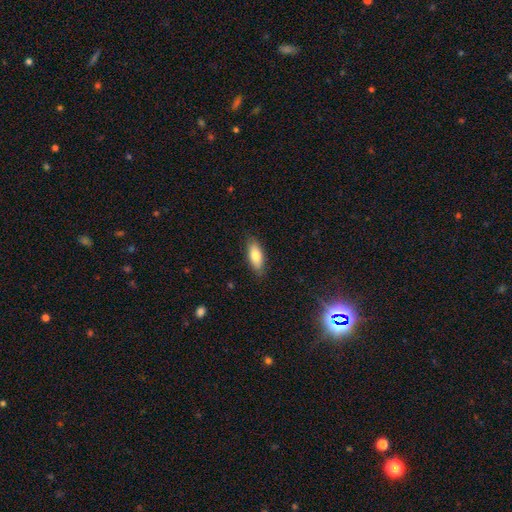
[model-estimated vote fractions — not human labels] smooth_or_featured: smooth (p=0.78) [alt: featured or disk p=0.15]
how_rounded: in between (p=0.78) [alt: cigar-shaped p=0.20]
merging: none (p=0.86) [alt: minor disturbance p=0.11]